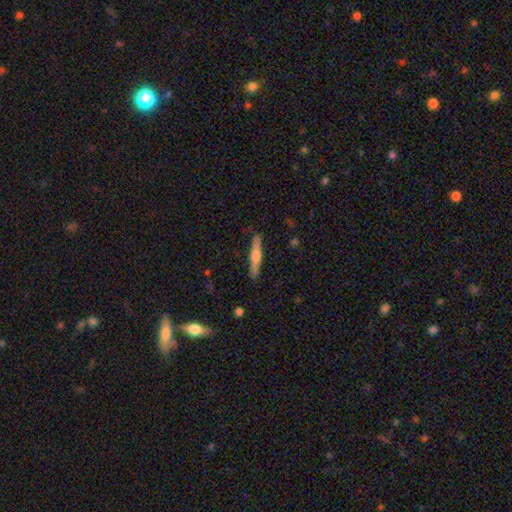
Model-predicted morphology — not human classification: type=featured or disk (61%); edge-on=yes (97%); edge-on bulge=rounded (84%); merging=none (90%).